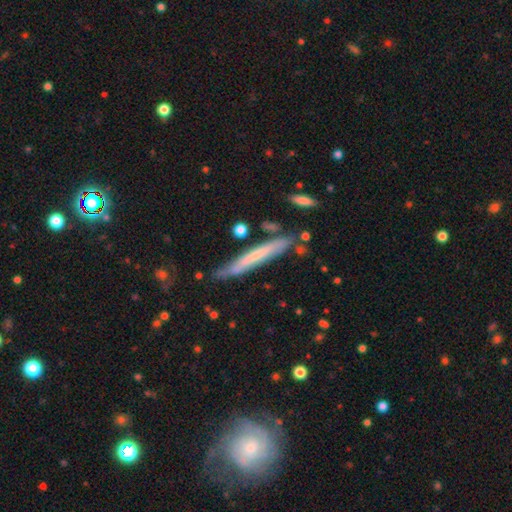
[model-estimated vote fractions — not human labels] Q: Smooth or featured?
A: smooth (49%); runner-up: featured or disk (45%)
Q: Merging?
A: none (75%); runner-up: minor disturbance (18%)